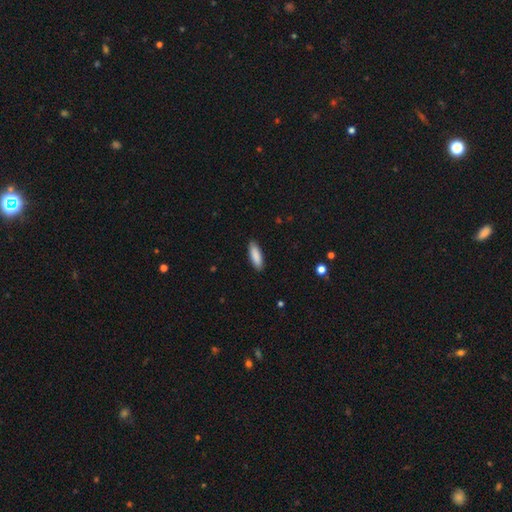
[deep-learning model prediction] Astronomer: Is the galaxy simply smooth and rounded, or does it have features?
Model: smooth — 89%.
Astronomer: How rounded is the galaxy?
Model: in between — 55% (runner-up: cigar-shaped, 44%).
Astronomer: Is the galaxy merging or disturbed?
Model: none — 89%.